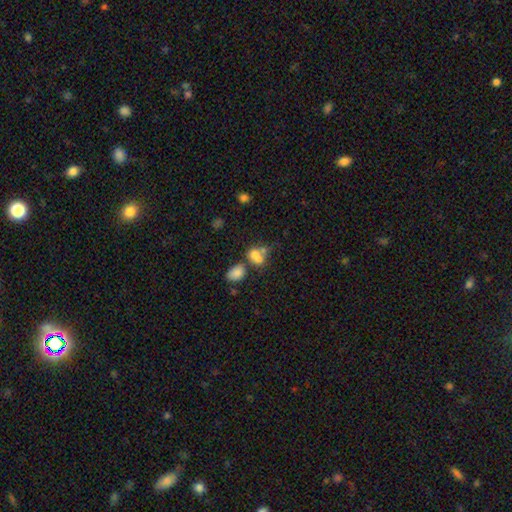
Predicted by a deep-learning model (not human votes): The model was most divided on "merging": merger: 51%, none: 28%, minor disturbance: 12%, major disturbance: 9%. More confident: smooth or featured — smooth (73%); how rounded — in between (67%).